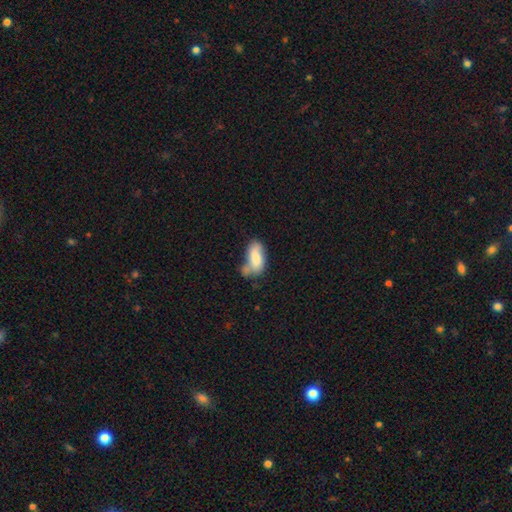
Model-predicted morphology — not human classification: The model was most divided on "merging": none: 33%, merger: 28%, minor disturbance: 26%, major disturbance: 12%. More confident: how rounded — in between (87%); smooth or featured — smooth (74%).